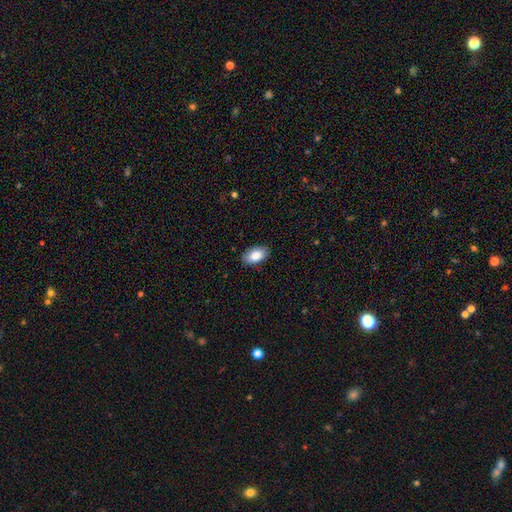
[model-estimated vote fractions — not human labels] Q: Smooth or featured?
A: smooth (86%); runner-up: featured or disk (7%)
Q: How rounded?
A: in between (94%); runner-up: round (4%)
Q: Merging?
A: none (88%); runner-up: minor disturbance (10%)